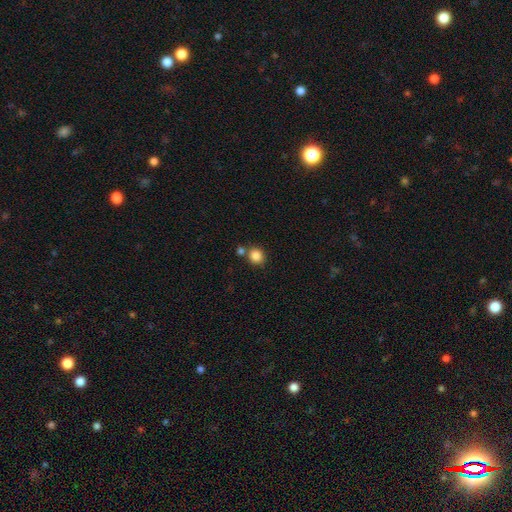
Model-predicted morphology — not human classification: smooth 85%, star or artifact 10%, featured or disk 5%. Down the decision tree: how rounded — round (86%); merging — none (71%).